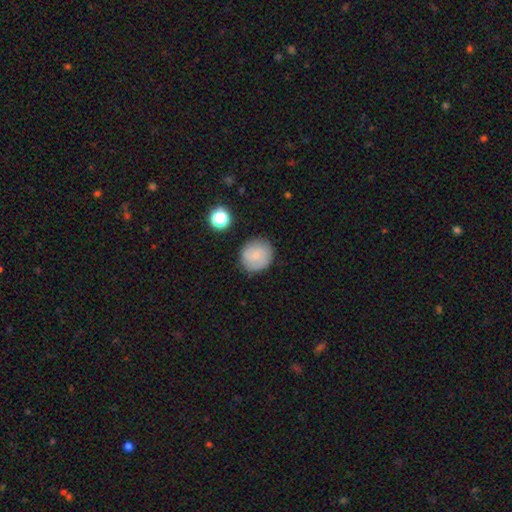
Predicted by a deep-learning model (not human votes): Smooth or featured?
  - smooth: 77% *
  - featured or disk: 14%
  - star or artifact: 9%
How rounded?
  - round: 89% *
  - in between: 10%
  - cigar-shaped: 1%
Merging?
  - none: 83% *
  - minor disturbance: 11%
  - major disturbance: 3%
  - merger: 3%